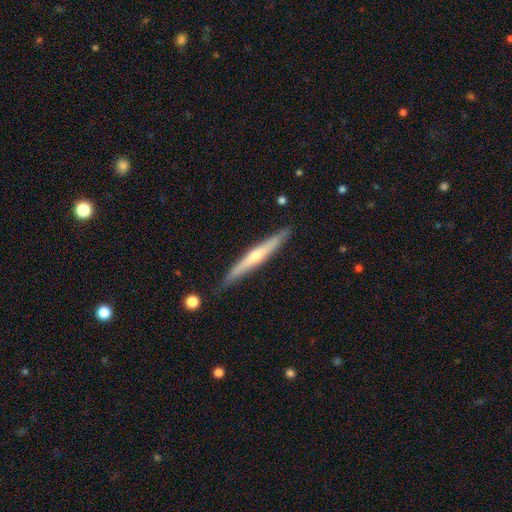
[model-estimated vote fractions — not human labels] This appears to be a featured or disk galaxy (66%) viewed edge-on (96%) with a rounded central bulge (74%). Merging: none (87%).